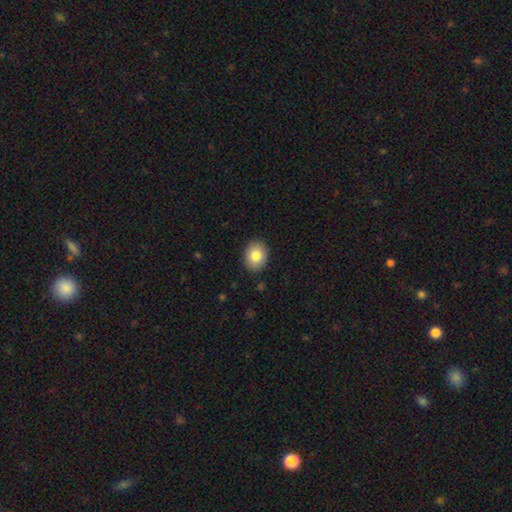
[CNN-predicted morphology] Overall: smooth (82%). How rounded: round (54%; in between 45%). Merging: none (90%).